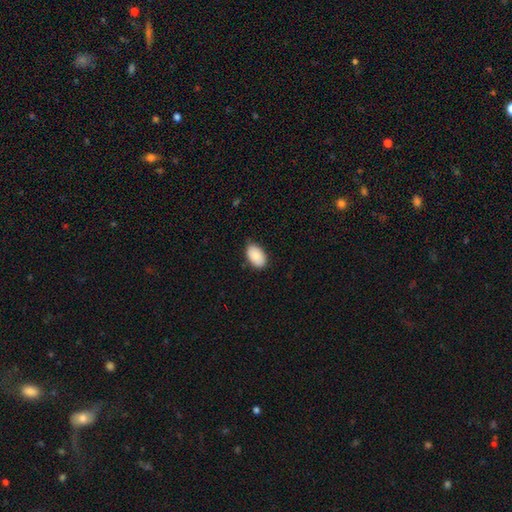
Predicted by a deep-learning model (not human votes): Overall: smooth (86%). How rounded: in between (92%). Merging: none (79%).